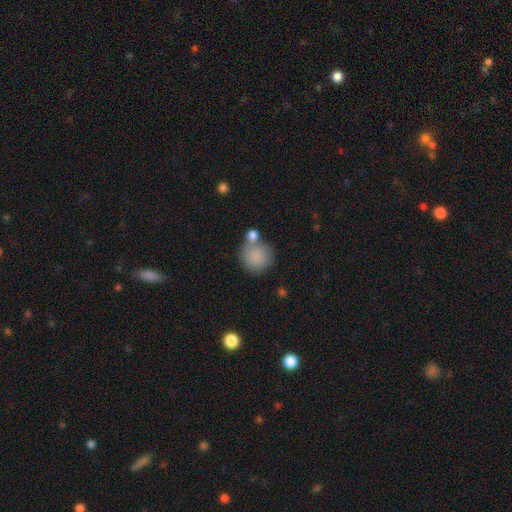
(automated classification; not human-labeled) Smooth or featured? smooth (84%)
How rounded? round (89%)
Merging? none (53%)